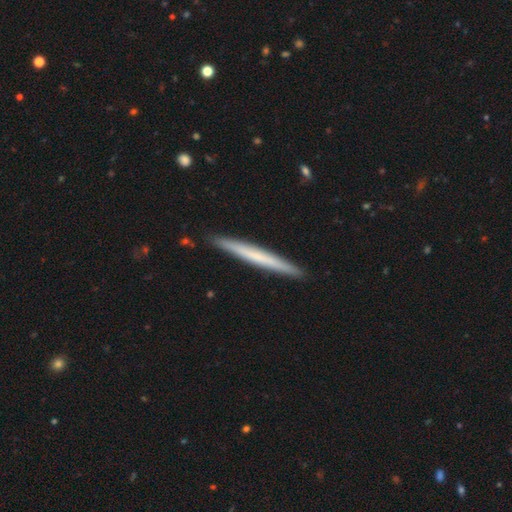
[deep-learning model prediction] This is possibly a smooth galaxy (54%). How rounded: clearly cigar-shaped (97%). Merging: clearly none (91%).